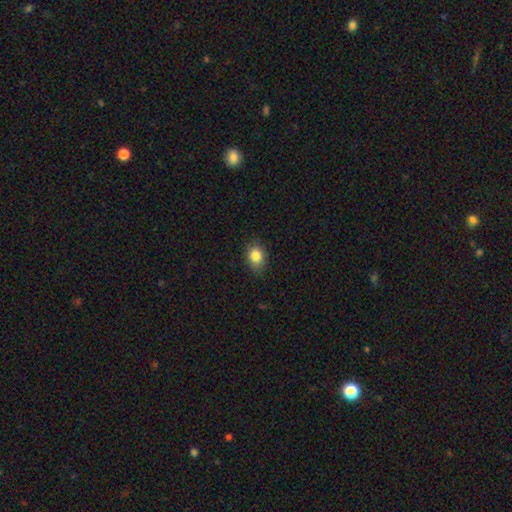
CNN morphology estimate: Smooth or featured? Predicted: smooth (p=0.84). How rounded? Predicted: in between (p=0.58). Merging? Predicted: none (p=0.81).